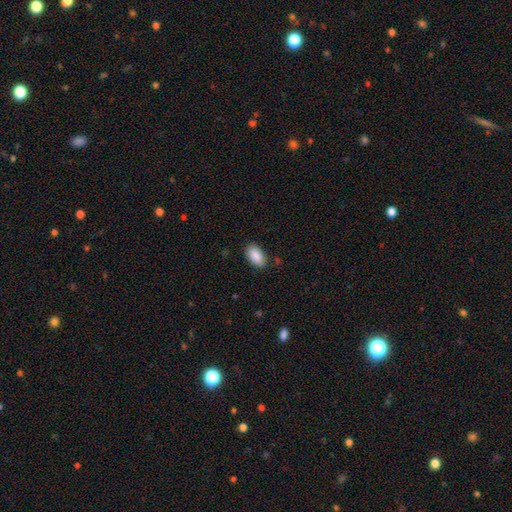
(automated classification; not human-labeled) Overall: smooth (89%). How rounded: in between (94%). Merging: none (84%).